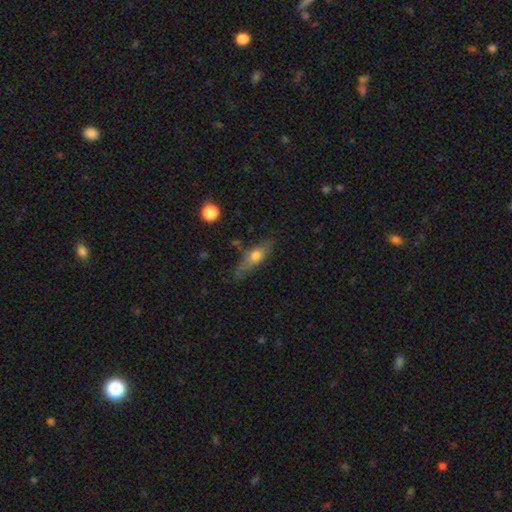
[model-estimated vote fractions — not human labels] A smooth galaxy with no disk features (51%) that is cigar-shaped (56%).

Vote fractions:
- Smooth or featured? smooth: 51% / featured or disk: 42% / star or artifact: 7%
- How rounded? cigar-shaped: 56% / in between: 40% / round: 5%
- Merging? none: 66% / minor disturbance: 23% / major disturbance: 7% / merger: 4%